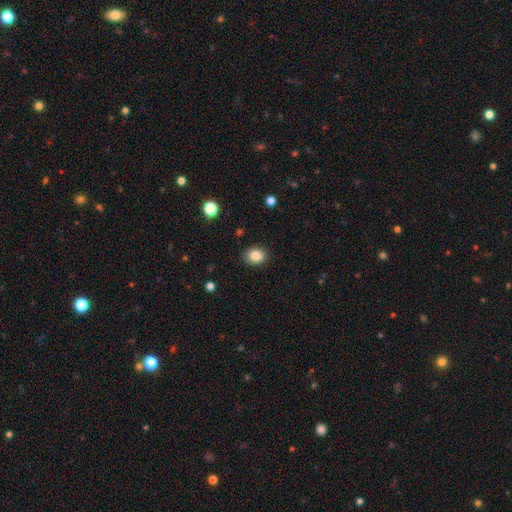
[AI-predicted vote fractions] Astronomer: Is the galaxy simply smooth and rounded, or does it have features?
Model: smooth — 86%.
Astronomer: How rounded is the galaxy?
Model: in between — 52% (runner-up: round, 47%).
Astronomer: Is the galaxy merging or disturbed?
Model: none — 88%.